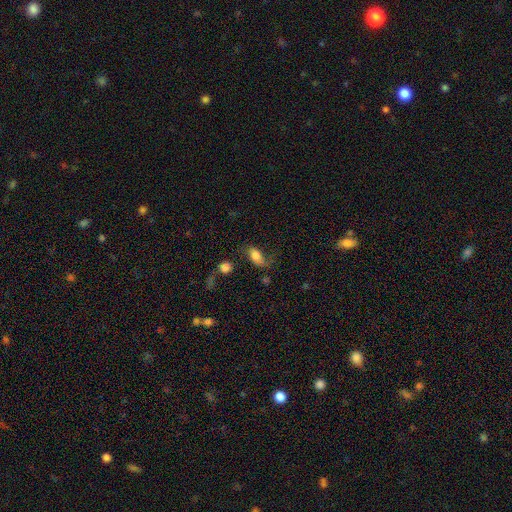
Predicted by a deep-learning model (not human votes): The model was most divided on "merging": none: 50%, minor disturbance: 24%, major disturbance: 19%, merger: 7%. More confident: how rounded — in between (87%); smooth or featured — smooth (66%).